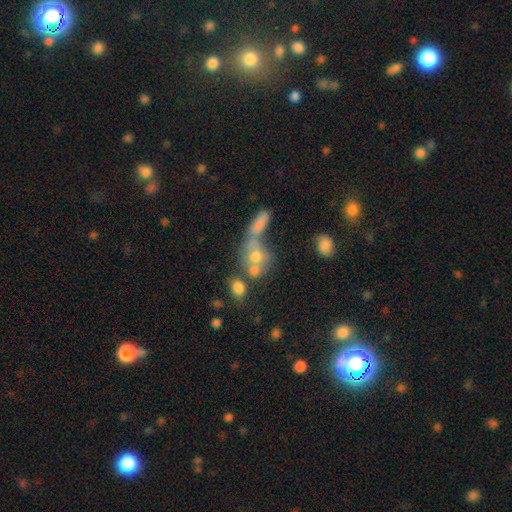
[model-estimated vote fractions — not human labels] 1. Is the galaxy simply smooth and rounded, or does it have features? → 39% smooth, 37% star or artifact, 24% featured or disk.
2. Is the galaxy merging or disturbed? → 39% merger, 38% none, 12% major disturbance, 11% minor disturbance.